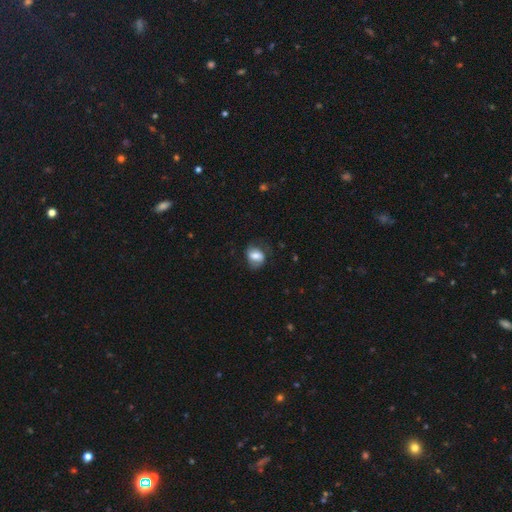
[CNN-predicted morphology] smooth 56%, featured or disk 36%, star or artifact 8%. Down the decision tree: how rounded — in between (67%); merging — none (61%).